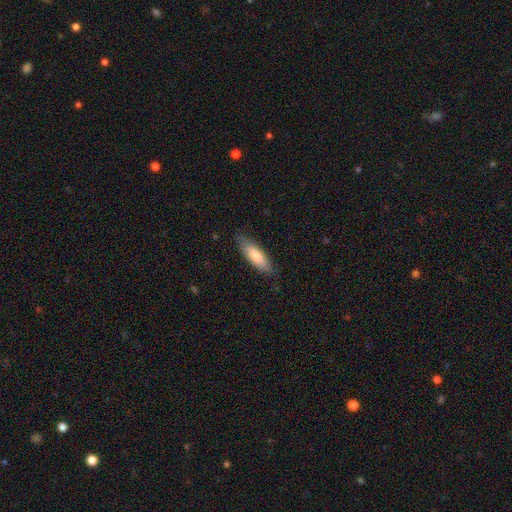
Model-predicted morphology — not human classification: smooth_or_featured: smooth (p=0.73) [alt: featured or disk p=0.21]
how_rounded: in between (p=0.52) [alt: cigar-shaped p=0.46]
merging: none (p=0.81) [alt: minor disturbance p=0.15]